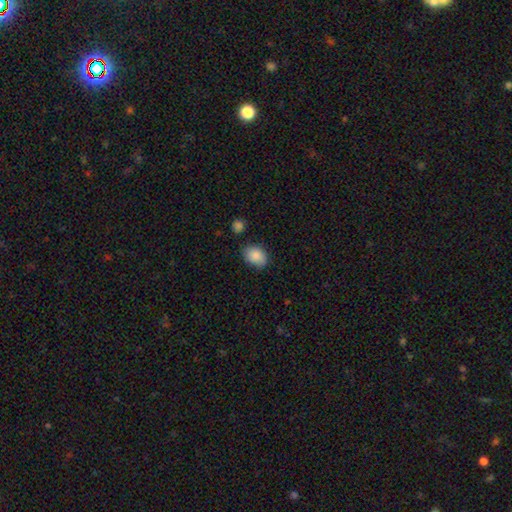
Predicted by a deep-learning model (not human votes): Smooth or featured? Predicted: smooth (p=0.87). How rounded? Predicted: in between (p=0.72). Merging? Predicted: none (p=0.76).